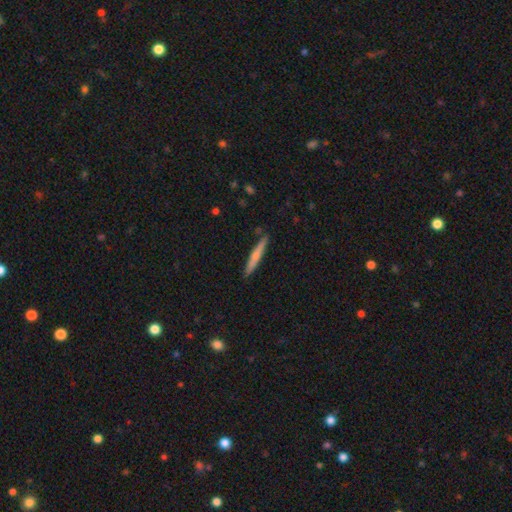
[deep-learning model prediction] This appears to be a smooth galaxy with no disk features (58%) that is cigar-shaped (95%). Merging: none (88%).